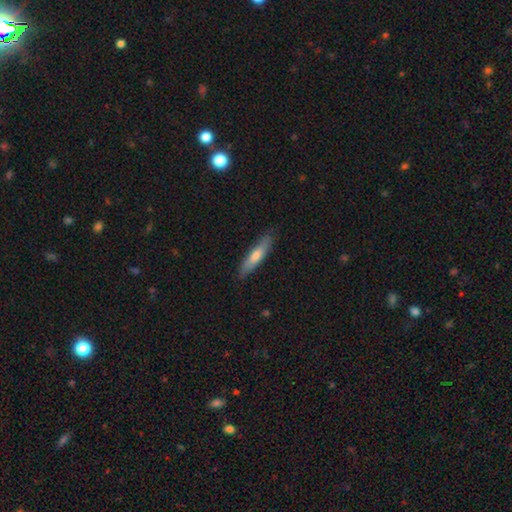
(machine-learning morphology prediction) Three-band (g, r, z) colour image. It shows a smooth galaxy with no disk features (57%) that is cigar-shaped (84%). Merging: none (87%).